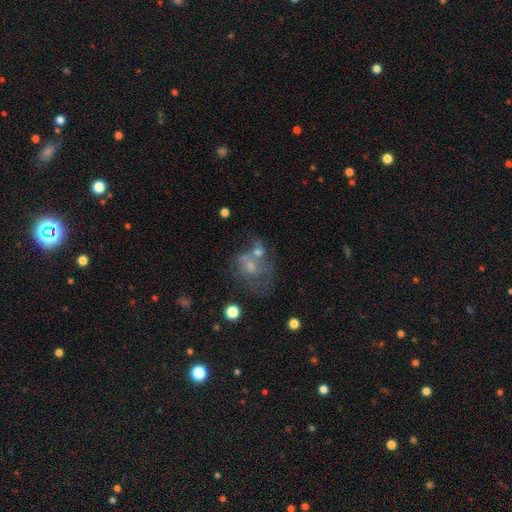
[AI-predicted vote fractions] This appears to be a featured or disk galaxy (46%). Merging: merger (36%).